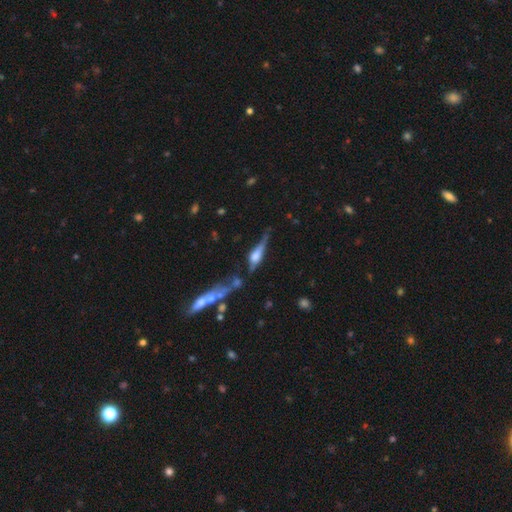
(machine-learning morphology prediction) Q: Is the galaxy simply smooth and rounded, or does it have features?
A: featured or disk — 59%.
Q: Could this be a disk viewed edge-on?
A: yes — 85%.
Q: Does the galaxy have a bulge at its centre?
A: rounded — 71%.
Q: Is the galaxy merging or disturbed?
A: none — 39%.